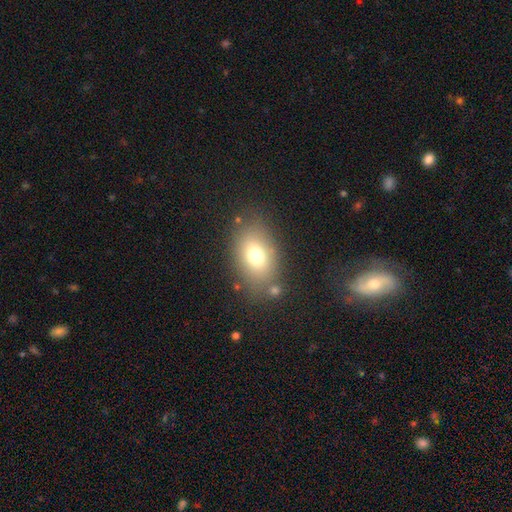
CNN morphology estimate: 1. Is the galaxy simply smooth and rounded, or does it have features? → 73% smooth, 15% featured or disk, 12% star or artifact.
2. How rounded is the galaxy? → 78% in between, 20% round, 2% cigar-shaped.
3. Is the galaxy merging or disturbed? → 75% none, 13% minor disturbance, 6% merger, 6% major disturbance.